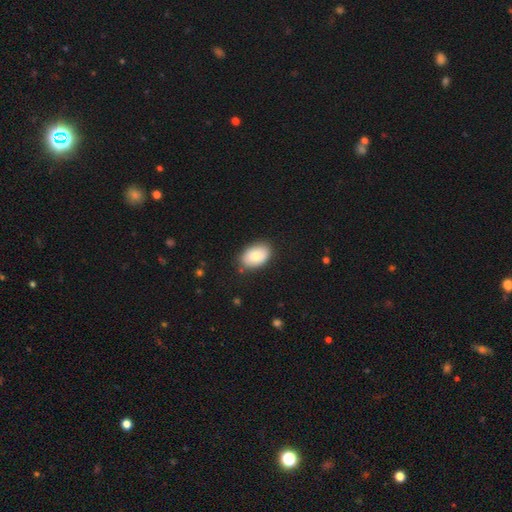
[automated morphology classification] smooth_or_featured: smooth (p=0.79) [alt: featured or disk p=0.15]
how_rounded: in between (p=0.88) [alt: round p=0.11]
merging: none (p=0.84) [alt: minor disturbance p=0.12]